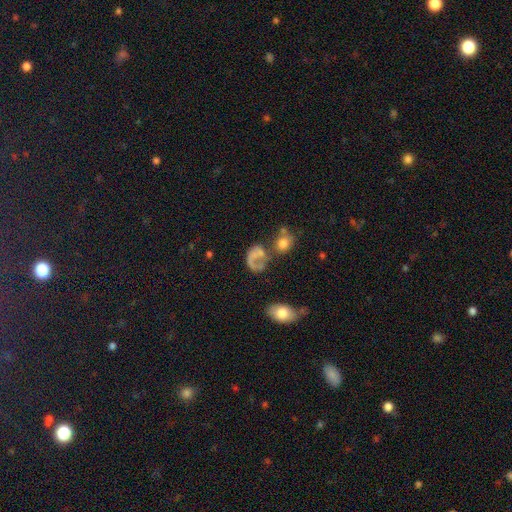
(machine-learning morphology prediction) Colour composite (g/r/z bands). It shows a smooth galaxy with no disk features (48%). Merging: major disturbance (40%).